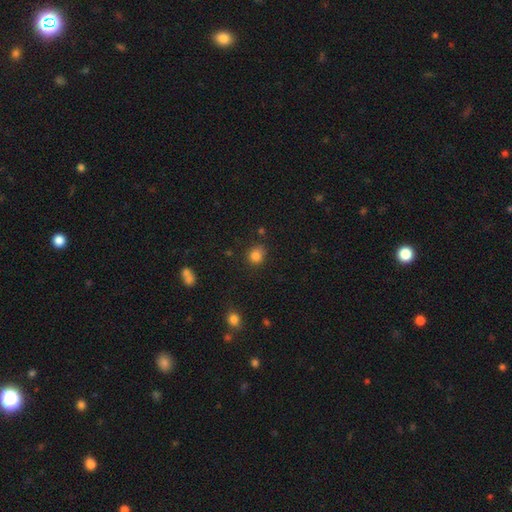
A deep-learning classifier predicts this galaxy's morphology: A smooth galaxy with no disk features (82%) that is round (74%). Merging: none (75%).